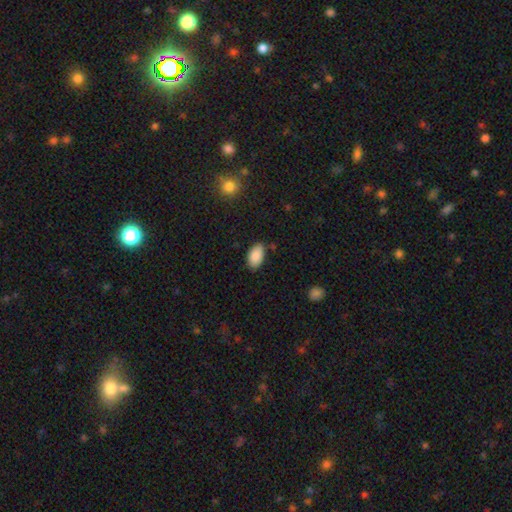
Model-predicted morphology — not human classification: smooth-or-featured: smooth: 89% | star or artifact: 7% | featured or disk: 4%
  how-rounded: in between: 94% | round: 4% | cigar-shaped: 2%
  merging: none: 79% | minor disturbance: 16% | major disturbance: 3% | merger: 2%